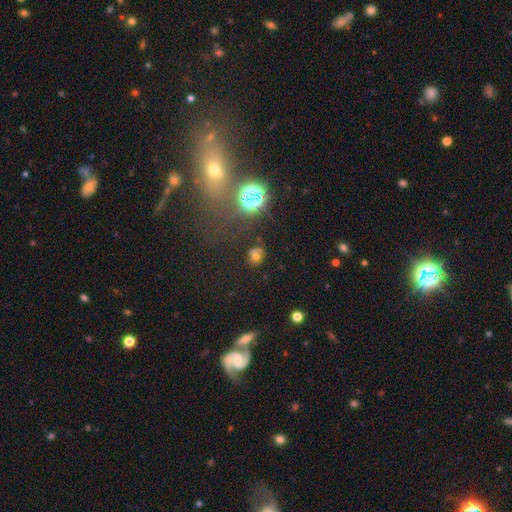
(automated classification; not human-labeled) Smooth or featured? smooth (58%)
How rounded? round (72%)
Merging? none (61%)